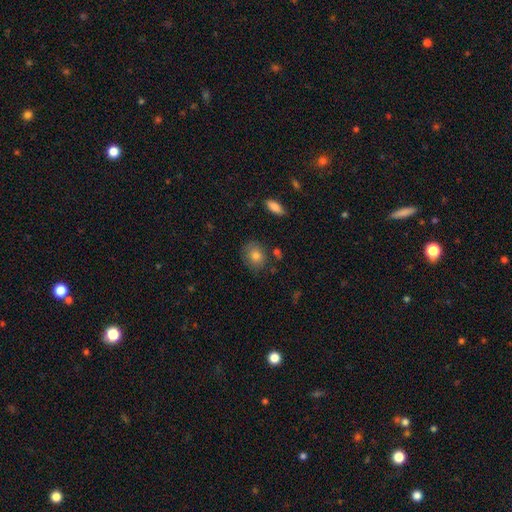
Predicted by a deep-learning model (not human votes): This appears to be a smooth galaxy with no disk features (77%) that is round (50%). Merging: none (76%).